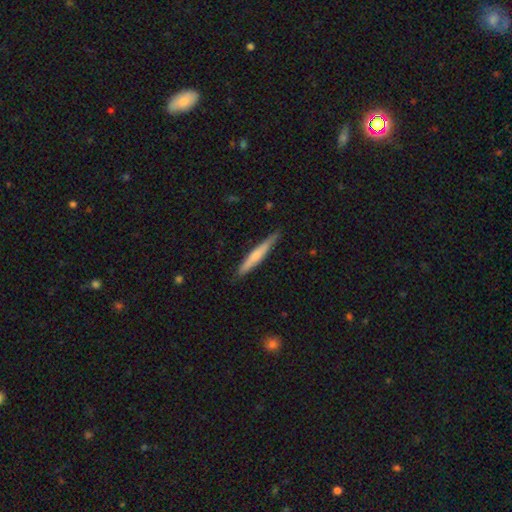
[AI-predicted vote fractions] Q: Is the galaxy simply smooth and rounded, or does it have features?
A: smooth — 54%.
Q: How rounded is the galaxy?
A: cigar-shaped — 94%.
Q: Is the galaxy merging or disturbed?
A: none — 83%.